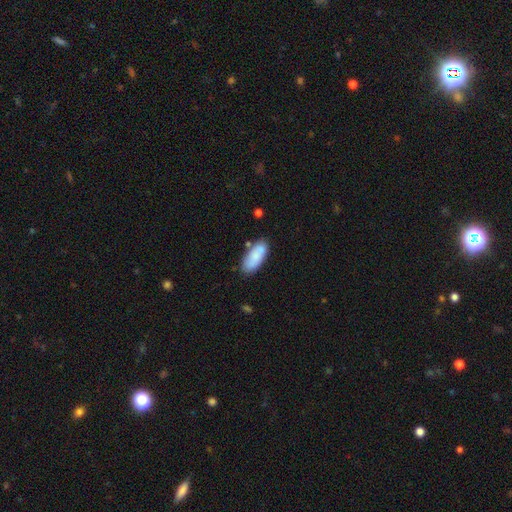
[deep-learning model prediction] This is clearly a smooth galaxy (80%). How rounded: clearly in between (81%). Merging: likely none (73%).